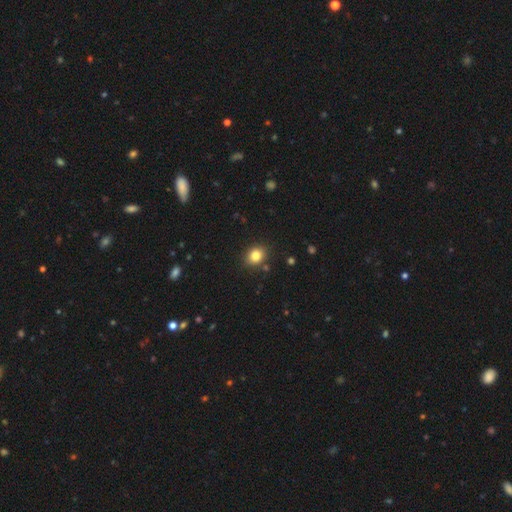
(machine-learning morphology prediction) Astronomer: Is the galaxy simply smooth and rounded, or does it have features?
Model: smooth — 82%.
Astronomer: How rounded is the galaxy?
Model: round — 63%.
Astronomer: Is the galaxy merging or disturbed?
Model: none — 86%.